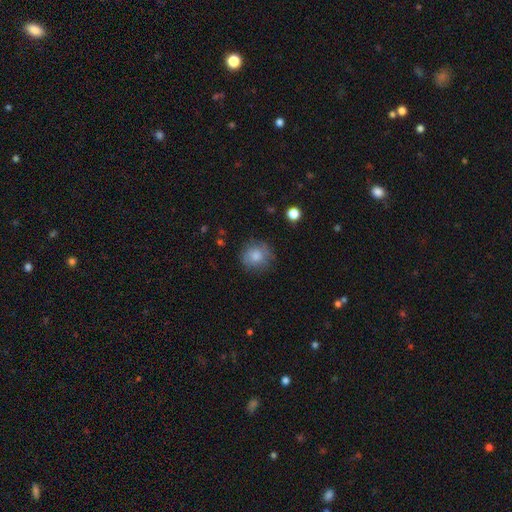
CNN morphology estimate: Overall: smooth (79%). How rounded: round (88%). Merging: none (76%).